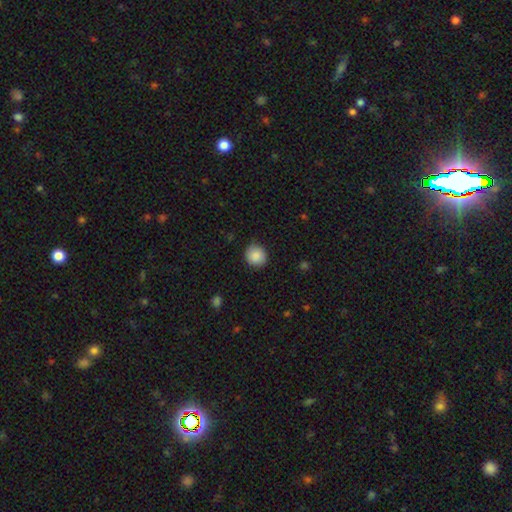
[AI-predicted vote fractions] Smooth or featured?
  - smooth: 88% *
  - star or artifact: 8%
  - featured or disk: 4%
How rounded?
  - round: 87% *
  - in between: 12%
  - cigar-shaped: 1%
Merging?
  - none: 88% *
  - minor disturbance: 9%
  - major disturbance: 2%
  - merger: 1%